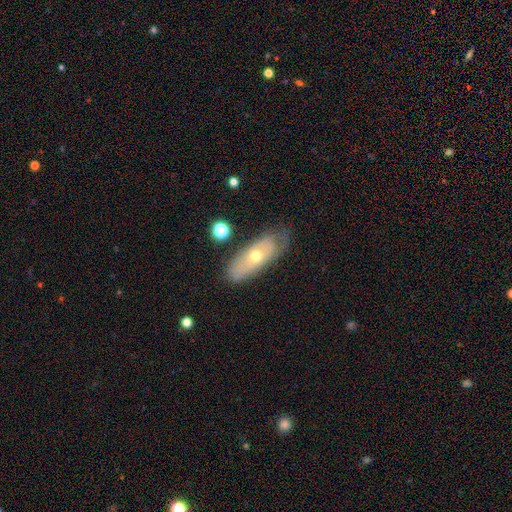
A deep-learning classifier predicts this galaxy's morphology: This appears to be a featured or disk galaxy (48%). Merging: none (70%).